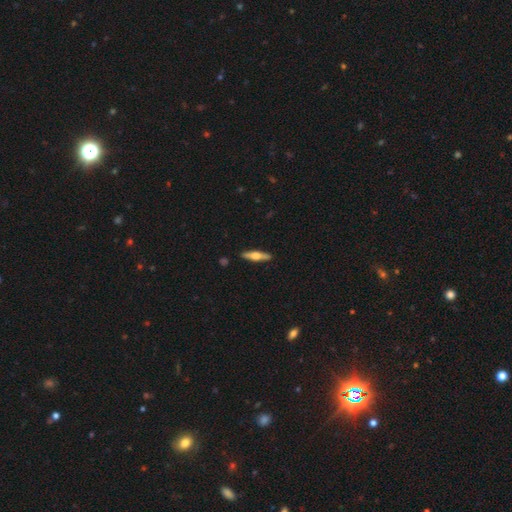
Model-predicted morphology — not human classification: A featured or disk galaxy (56%) viewed edge-on (96%) with a rounded central bulge (92%). Merging: none (90%).